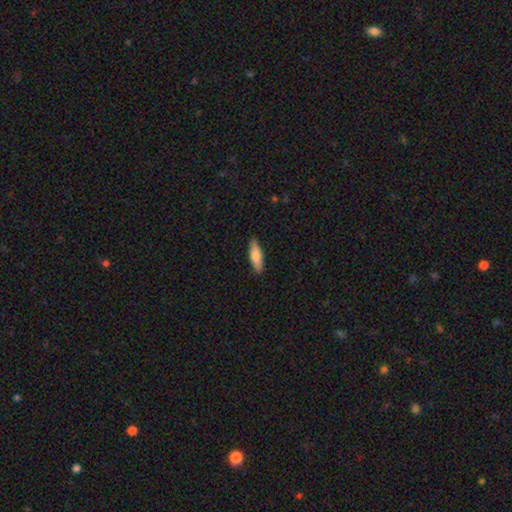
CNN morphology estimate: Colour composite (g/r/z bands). It shows a smooth galaxy with no disk features (76%) that is cigar-shaped (56%). Merging: none (88%).